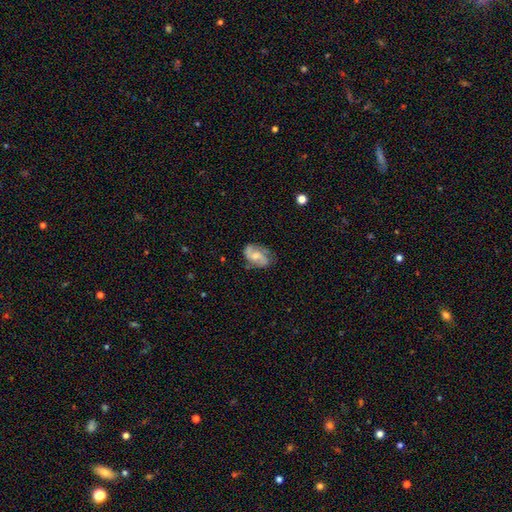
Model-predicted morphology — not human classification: This is likely a featured or disk galaxy (70%). It is clearly not viewed edge-on (97%). Bar: possibly no (51%). Spiral arm pattern: clearly yes (92%). Spiral arm count: clearly 2 (85%). Spiral winding: marginally medium (44%). Central bulge: possibly moderate (46%). Merging: likely none (68%).